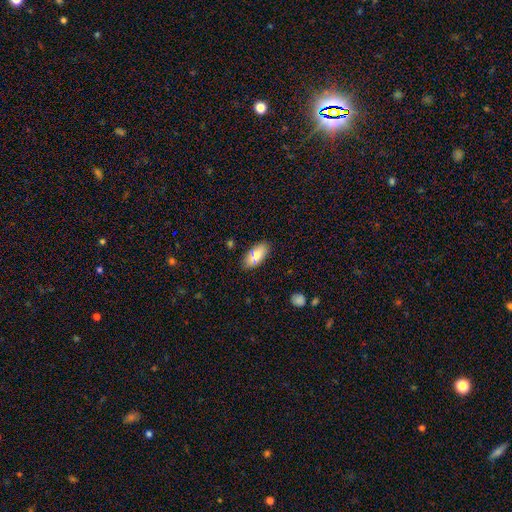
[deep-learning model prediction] Q: Smooth or featured?
A: smooth (79%); runner-up: featured or disk (13%)
Q: How rounded?
A: in between (85%); runner-up: cigar-shaped (12%)
Q: Merging?
A: none (82%); runner-up: minor disturbance (13%)